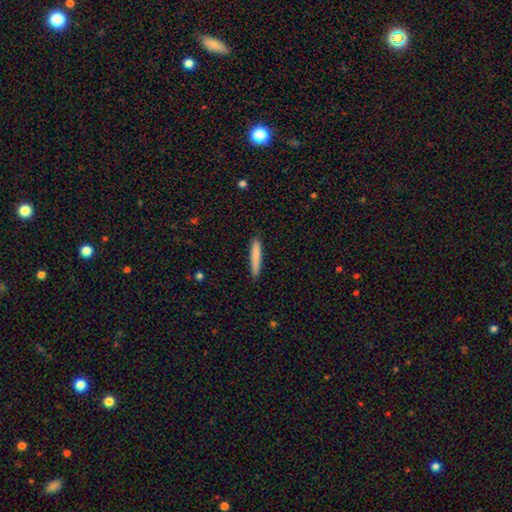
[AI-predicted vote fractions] This appears to be a smooth galaxy with no disk features (81%) that is cigar-shaped (94%). Merging: none (89%).